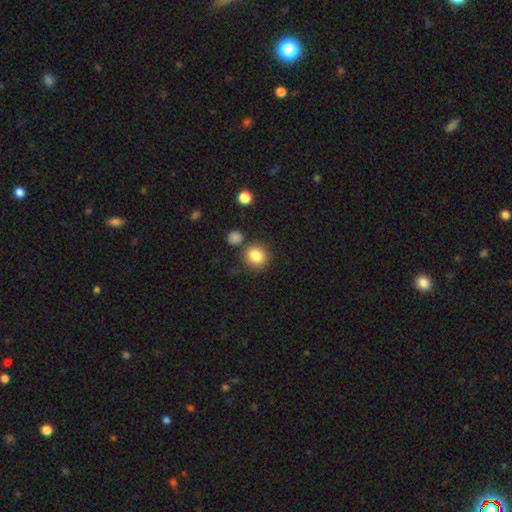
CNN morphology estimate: Smooth or featured: smooth — 84% (star or artifact — 10%)
How rounded: round — 83% (in between — 16%)
Merging: none — 81% (minor disturbance — 10%)